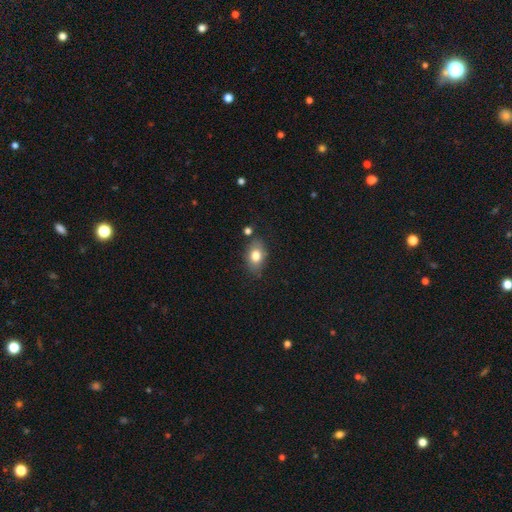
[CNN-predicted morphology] Smooth or featured? Predicted: smooth (p=0.78). How rounded? Predicted: in between (p=0.81). Merging? Predicted: none (p=0.77).